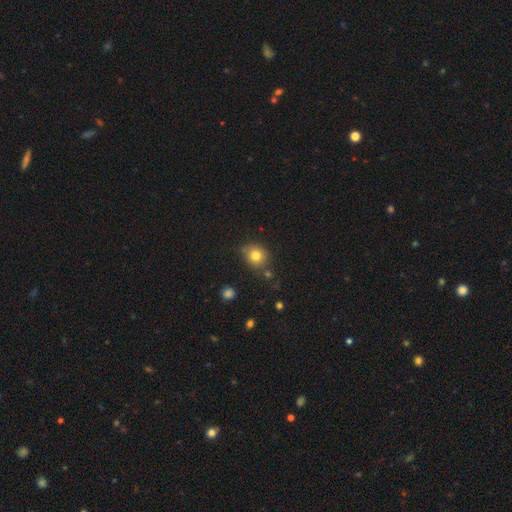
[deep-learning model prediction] Overall: smooth (79%). How rounded: round (75%). Merging: none (76%).